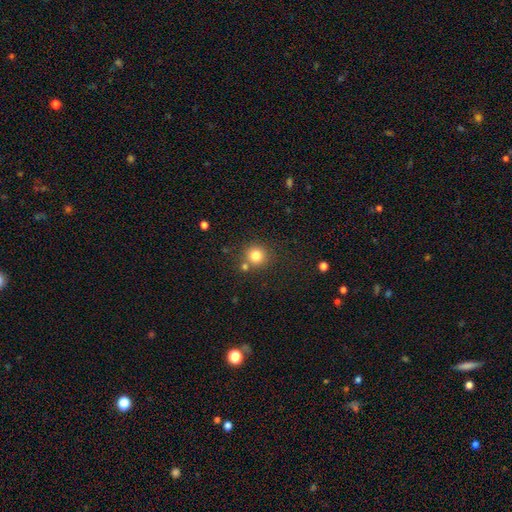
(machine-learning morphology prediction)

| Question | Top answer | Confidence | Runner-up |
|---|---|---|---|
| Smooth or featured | smooth | 81% | star or artifact (12%) |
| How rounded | round | 92% | in between (7%) |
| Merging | none | 75% | merger (13%) |